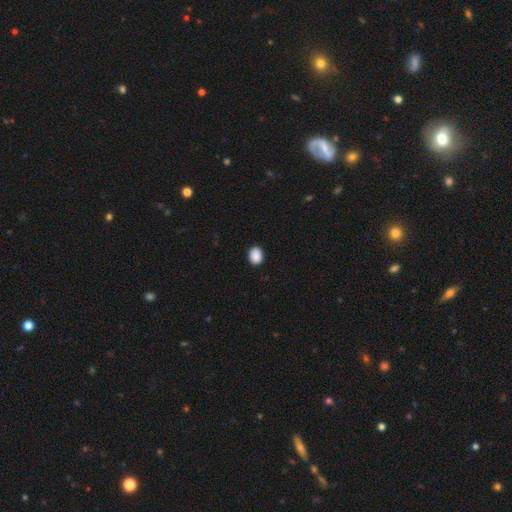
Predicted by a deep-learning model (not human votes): smooth-or-featured: smooth: 90% | star or artifact: 8% | featured or disk: 3%
  how-rounded: in between: 64% | round: 35% | cigar-shaped: 1%
  merging: none: 89% | minor disturbance: 8% | major disturbance: 2% | merger: 1%